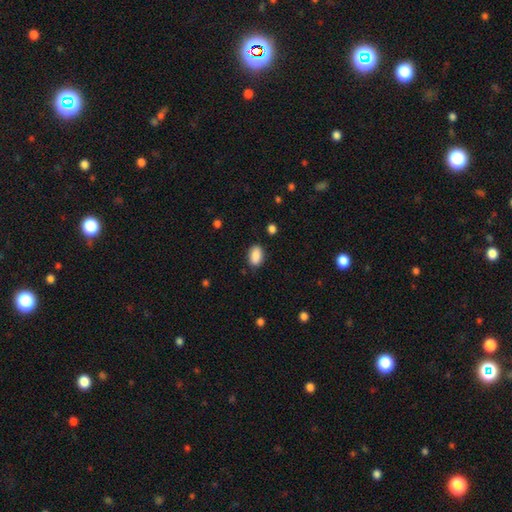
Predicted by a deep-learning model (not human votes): Overall: smooth (88%). How rounded: in between (89%). Merging: none (85%).